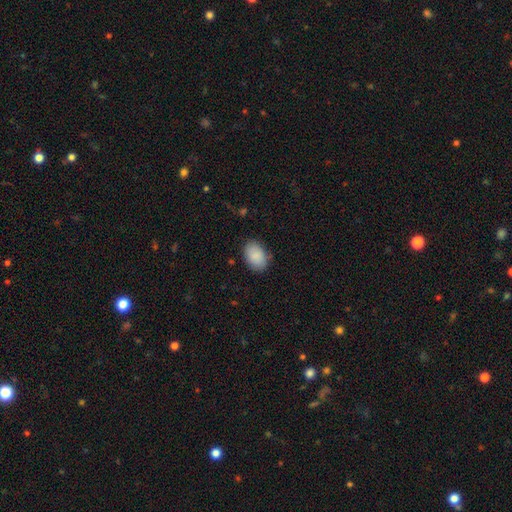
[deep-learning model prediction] Smooth or featured: smooth — 89% (star or artifact — 6%)
How rounded: in between — 84% (round — 15%)
Merging: none — 82% (minor disturbance — 14%)